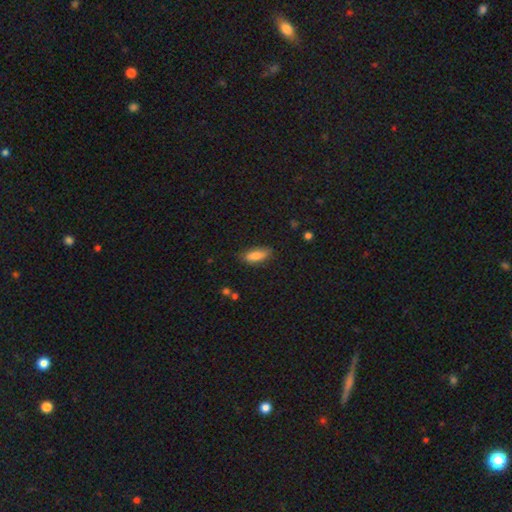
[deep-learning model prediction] A smooth galaxy with no disk features (80%) that is in between round and cigar-shaped (73%). Merging: none (78%).